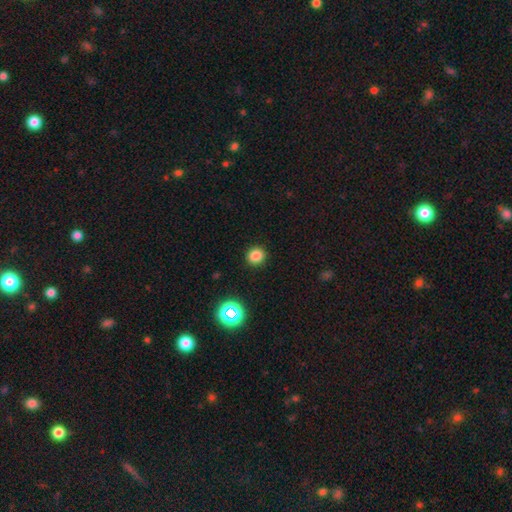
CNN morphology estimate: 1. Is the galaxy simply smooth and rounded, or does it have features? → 82% smooth, 14% star or artifact, 4% featured or disk.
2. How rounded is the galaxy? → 85% round, 14% in between, 1% cigar-shaped.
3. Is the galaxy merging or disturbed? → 91% none, 6% minor disturbance, 2% major disturbance, 1% merger.